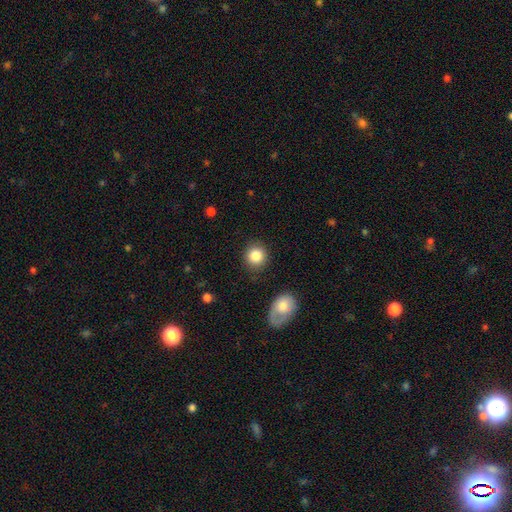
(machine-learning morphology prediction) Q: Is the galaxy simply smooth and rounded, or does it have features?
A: smooth — 86%.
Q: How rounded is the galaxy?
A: round — 88%.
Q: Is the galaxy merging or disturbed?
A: none — 84%.